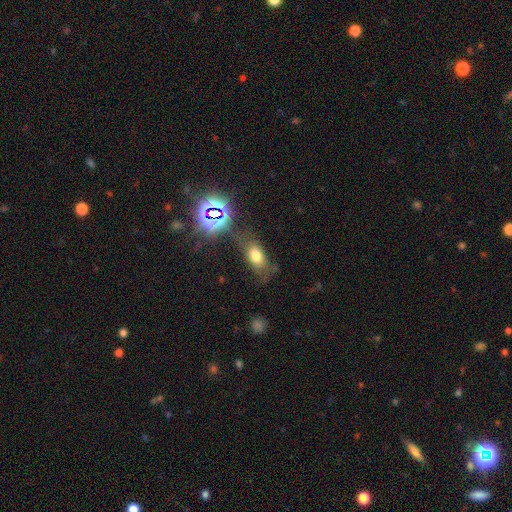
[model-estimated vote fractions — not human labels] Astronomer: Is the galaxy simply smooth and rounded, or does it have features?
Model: smooth — 64%.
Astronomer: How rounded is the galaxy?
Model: in between — 83%.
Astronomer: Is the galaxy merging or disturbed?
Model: none — 60%.